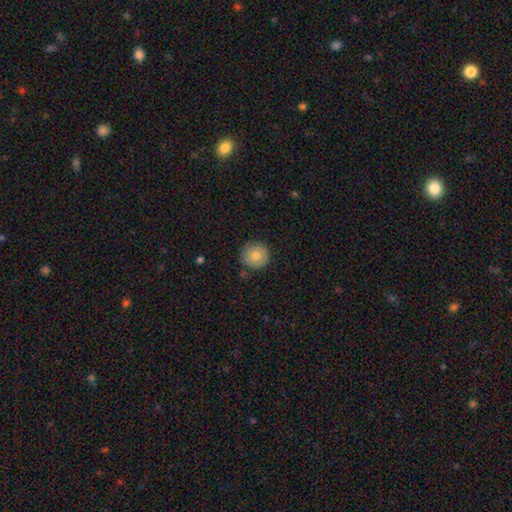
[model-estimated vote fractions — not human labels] Smooth or featured: smooth — 77% (featured or disk — 15%)
How rounded: round — 95% (in between — 4%)
Merging: none — 88% (minor disturbance — 8%)